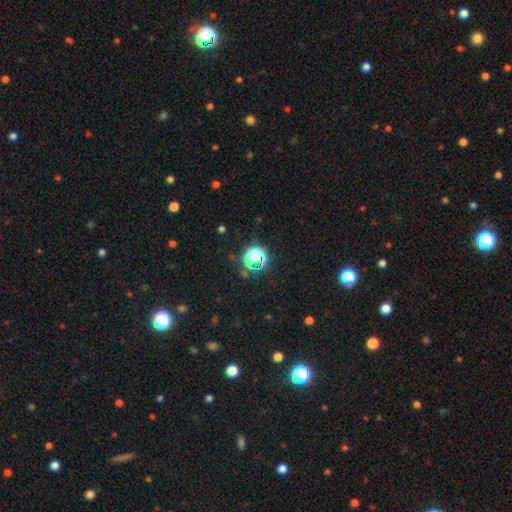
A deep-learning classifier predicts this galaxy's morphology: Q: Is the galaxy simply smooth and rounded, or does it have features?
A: star or artifact — 57%.